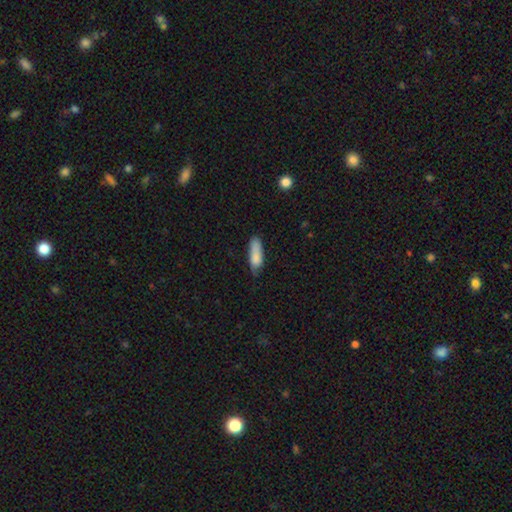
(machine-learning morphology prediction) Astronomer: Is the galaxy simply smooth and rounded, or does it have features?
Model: smooth — 83%.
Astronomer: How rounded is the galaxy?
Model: in between — 57% (runner-up: cigar-shaped, 41%).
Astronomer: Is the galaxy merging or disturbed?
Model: none — 52% (runner-up: minor disturbance, 36%).